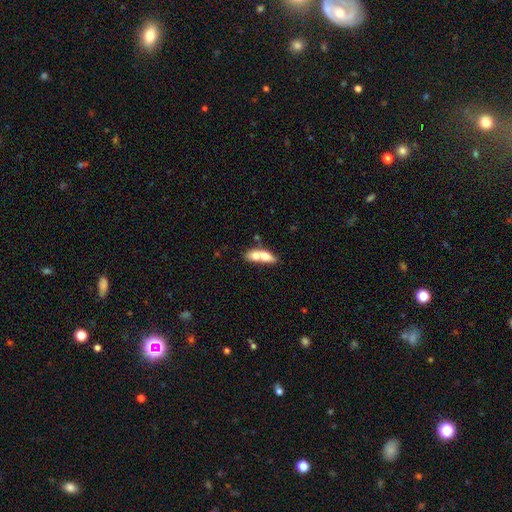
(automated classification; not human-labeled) Smooth or featured?
  - smooth: 64% *
  - featured or disk: 29%
  - star or artifact: 7%
How rounded?
  - in between: 69% *
  - cigar-shaped: 19%
  - round: 12%
Merging?
  - merger: 71% *
  - none: 18%
  - minor disturbance: 7%
  - major disturbance: 4%